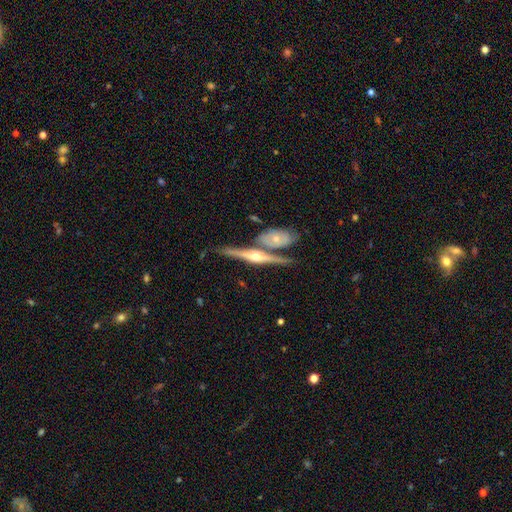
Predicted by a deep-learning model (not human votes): Smooth or featured: featured or disk — 85% (smooth — 10%)
Edge-on disk: yes — 96% (no — 4%)
Edge-on bulge: rounded — 92% (none — 4%)
Merging: none — 68% (merger — 19%)